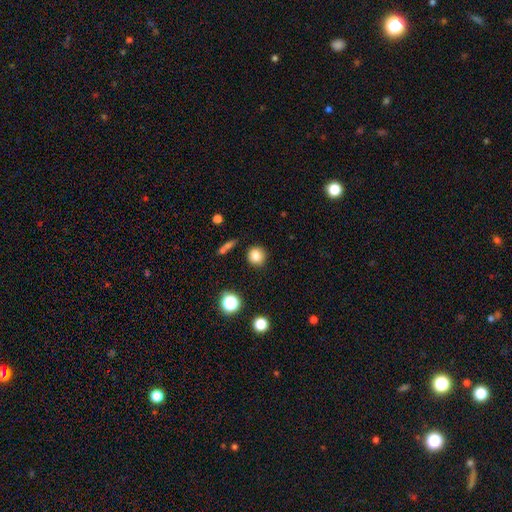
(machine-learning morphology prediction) Q: Smooth or featured?
A: smooth (82%); runner-up: star or artifact (12%)
Q: How rounded?
A: round (87%); runner-up: in between (12%)
Q: Merging?
A: none (86%); runner-up: minor disturbance (9%)